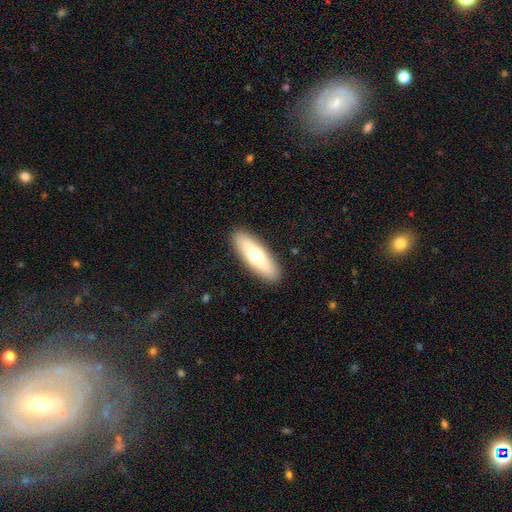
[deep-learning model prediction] A smooth galaxy with no disk features (63%) that is in between round and cigar-shaped (56%).

Vote fractions:
- Smooth or featured? smooth: 63% / featured or disk: 31% / star or artifact: 6%
- How rounded? in between: 56% / cigar-shaped: 42% / round: 3%
- Merging? none: 90% / minor disturbance: 7% / major disturbance: 2% / merger: 1%